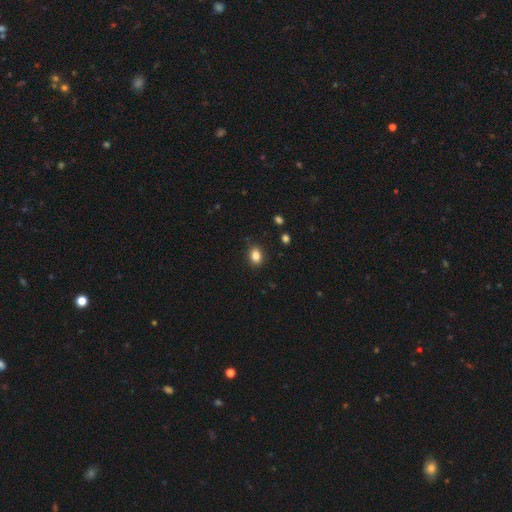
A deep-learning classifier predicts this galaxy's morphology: type=smooth (85%); roundness=in between (71%); merging=none (84%).